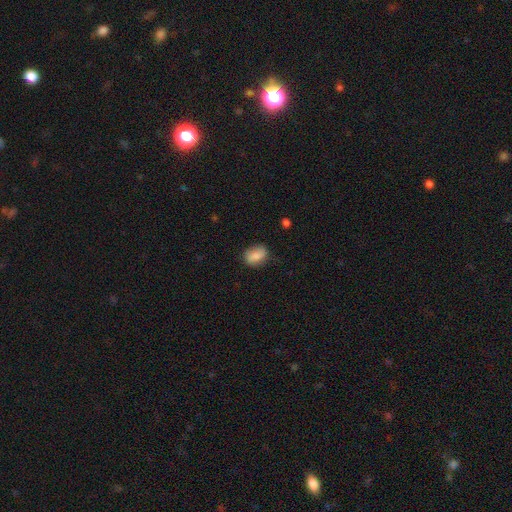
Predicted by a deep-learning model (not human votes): A smooth galaxy with no disk features (81%) that is in between round and cigar-shaped (70%). Merging: none (75%).